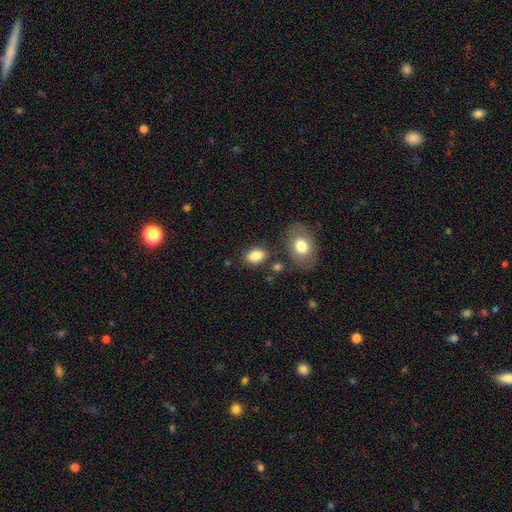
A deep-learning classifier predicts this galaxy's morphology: Smooth or featured?
  - smooth: 85% *
  - star or artifact: 8%
  - featured or disk: 7%
How rounded?
  - in between: 85% *
  - round: 14%
  - cigar-shaped: 2%
Merging?
  - none: 77% *
  - minor disturbance: 12%
  - merger: 7%
  - major disturbance: 4%